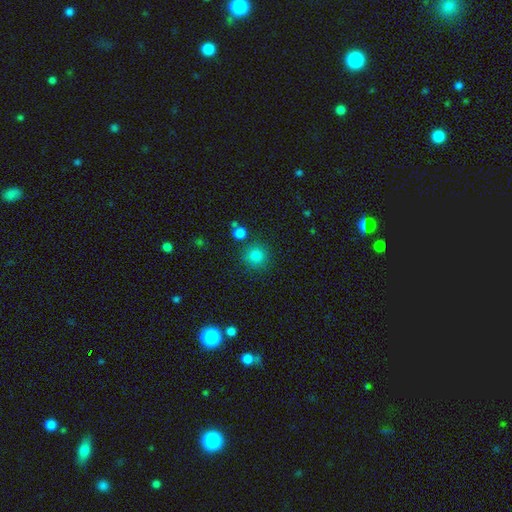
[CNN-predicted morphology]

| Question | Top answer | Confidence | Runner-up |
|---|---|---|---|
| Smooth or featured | smooth | 83% | star or artifact (13%) |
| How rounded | round | 93% | in between (6%) |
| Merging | none | 83% | minor disturbance (8%) |